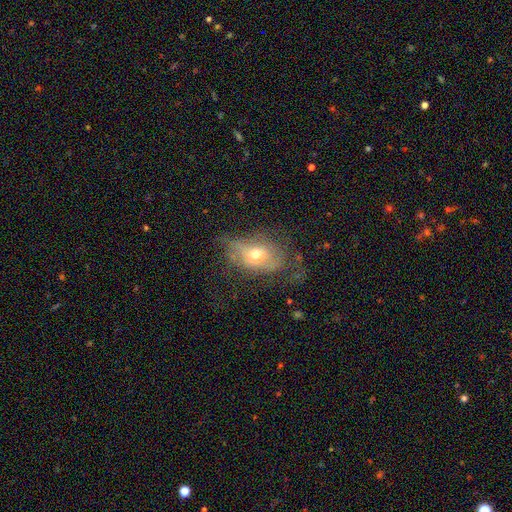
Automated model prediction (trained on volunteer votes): Smooth or featured? Predicted: featured or disk (p=0.45). Merging? Predicted: none (p=0.40).